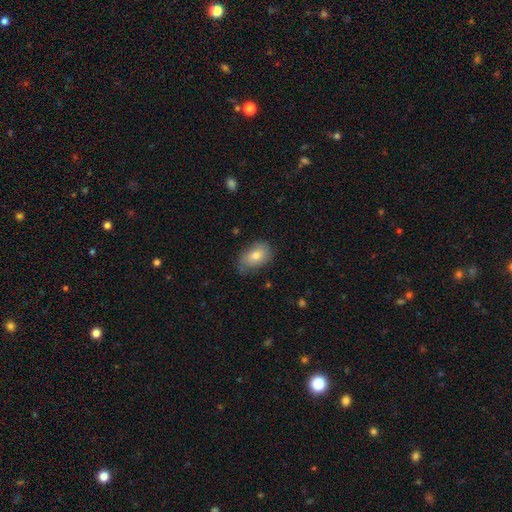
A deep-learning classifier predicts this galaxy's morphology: Q: Smooth or featured?
A: smooth (74%); runner-up: featured or disk (18%)
Q: How rounded?
A: in between (86%); runner-up: round (13%)
Q: Merging?
A: none (62%); runner-up: minor disturbance (30%)